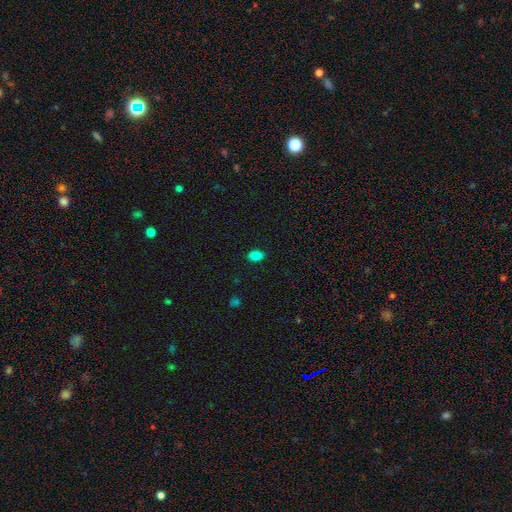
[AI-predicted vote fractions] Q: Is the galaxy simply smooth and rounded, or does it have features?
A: smooth — 85%.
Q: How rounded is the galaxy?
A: in between — 84%.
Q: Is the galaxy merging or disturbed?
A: none — 88%.